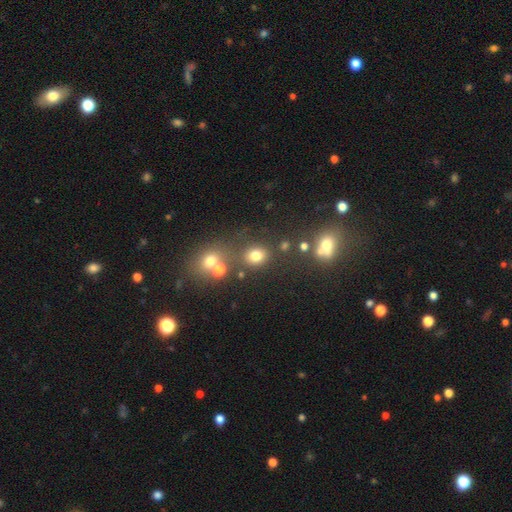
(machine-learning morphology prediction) Q: Smooth or featured?
A: smooth (73%); runner-up: star or artifact (19%)
Q: How rounded?
A: round (67%); runner-up: in between (31%)
Q: Merging?
A: none (69%); runner-up: merger (13%)